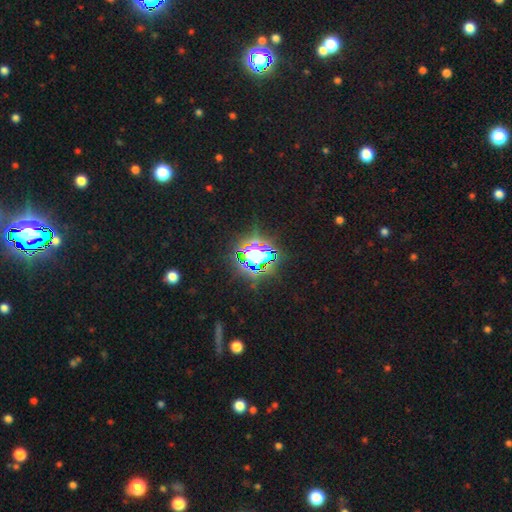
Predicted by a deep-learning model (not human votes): Smooth or featured? Predicted: star or artifact (p=0.74).